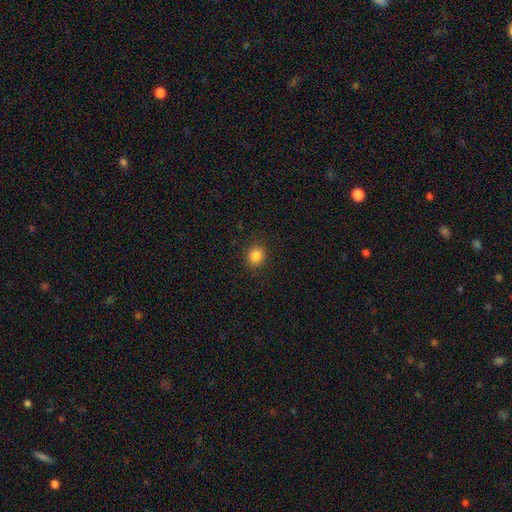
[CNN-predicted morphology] This appears to be a smooth galaxy with no disk features (85%) that is round (81%). Merging: none (90%).